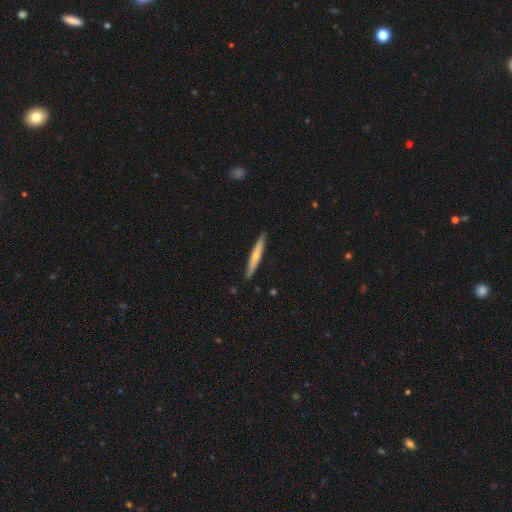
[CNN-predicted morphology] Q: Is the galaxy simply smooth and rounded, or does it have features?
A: smooth — 53%.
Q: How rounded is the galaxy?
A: cigar-shaped — 95%.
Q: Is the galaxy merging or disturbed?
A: none — 91%.